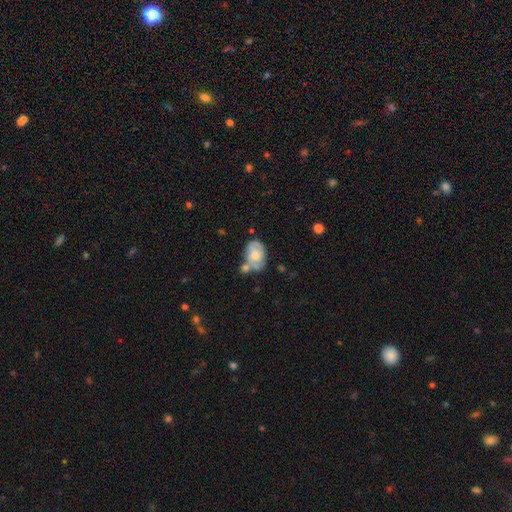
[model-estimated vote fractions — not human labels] Smooth or featured?
  - smooth: 60% *
  - featured or disk: 33%
  - star or artifact: 7%
How rounded?
  - in between: 83% *
  - round: 16%
  - cigar-shaped: 1%
Merging?
  - none: 40% *
  - merger: 29%
  - minor disturbance: 23%
  - major disturbance: 8%